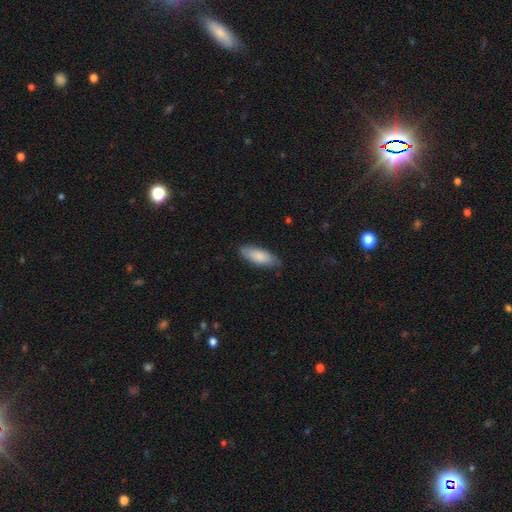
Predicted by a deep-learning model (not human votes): Morphology: type=smooth (82%); roundness=in between (68%); merging=none (81%).